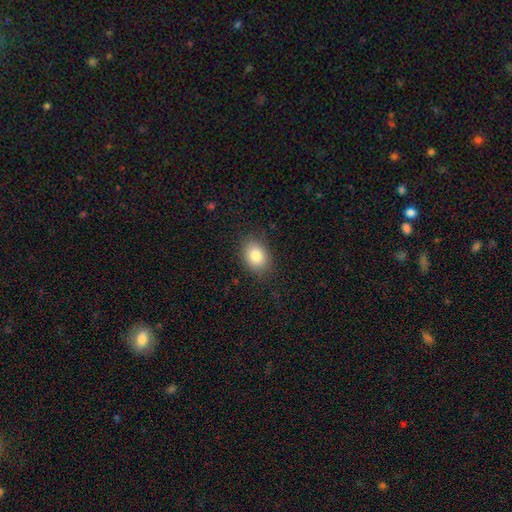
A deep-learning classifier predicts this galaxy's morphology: Overall: smooth (84%). How rounded: in between (75%). Merging: none (84%).